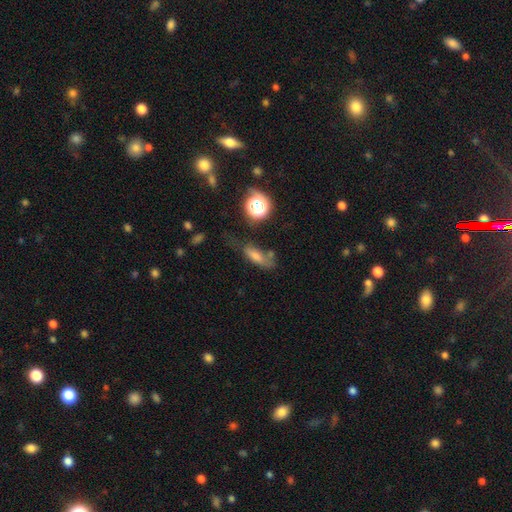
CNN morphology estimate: This is possibly a smooth galaxy (57%). How rounded: possibly in between (57%). Merging: possibly none (45%).